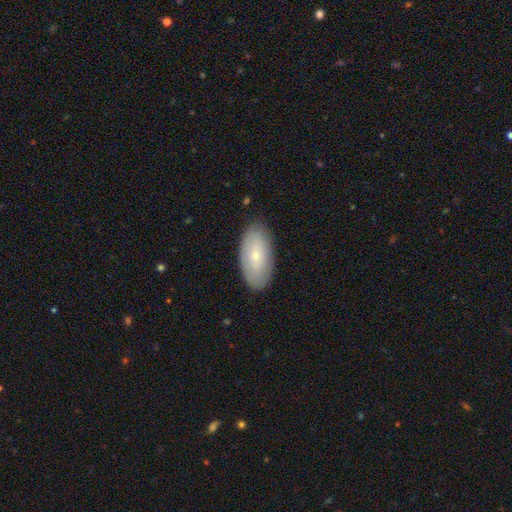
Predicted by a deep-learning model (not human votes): This is likely a smooth galaxy (61%). How rounded: clearly in between (94%). Merging: clearly none (84%).